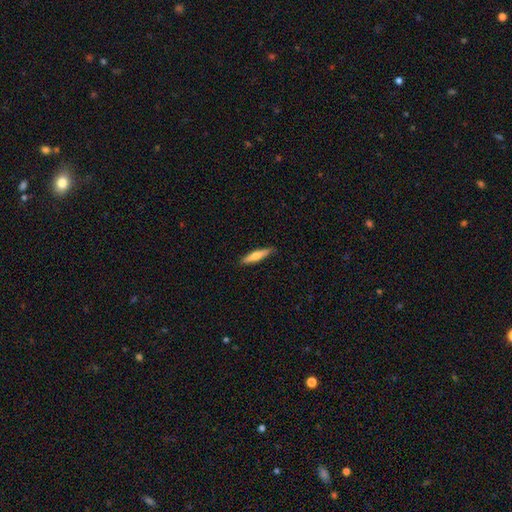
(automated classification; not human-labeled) Q: Smooth or featured?
A: smooth (63%); runner-up: featured or disk (32%)
Q: How rounded?
A: cigar-shaped (85%); runner-up: in between (14%)
Q: Merging?
A: none (88%); runner-up: minor disturbance (9%)